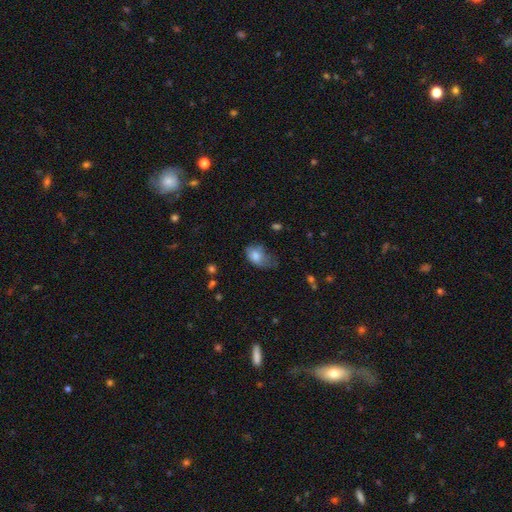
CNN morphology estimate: A smooth galaxy with no disk features (74%) that is in between round and cigar-shaped (86%).

Vote fractions:
- Smooth or featured? smooth: 74% / featured or disk: 17% / star or artifact: 8%
- How rounded? in between: 86% / round: 12% / cigar-shaped: 2%
- Merging? minor disturbance: 41% / major disturbance: 34% / none: 23% / merger: 3%